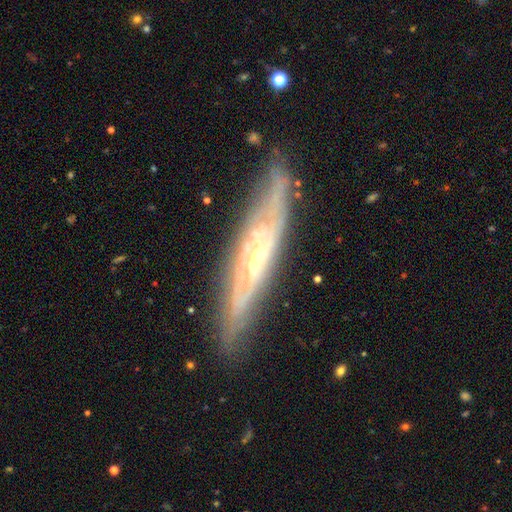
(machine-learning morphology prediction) featured or disk 79%, smooth 15%, star or artifact 6%. Down the decision tree: edge-on disk — yes (54%); merging — none (78%).